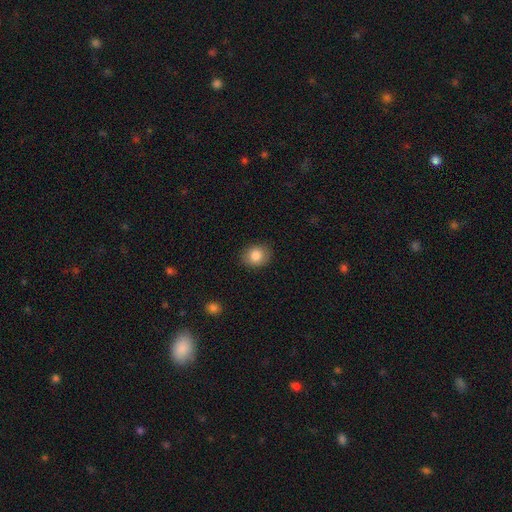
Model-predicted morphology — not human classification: Smooth or featured? Predicted: smooth (p=0.85). How rounded? Predicted: round (p=0.60). Merging? Predicted: none (p=0.86).